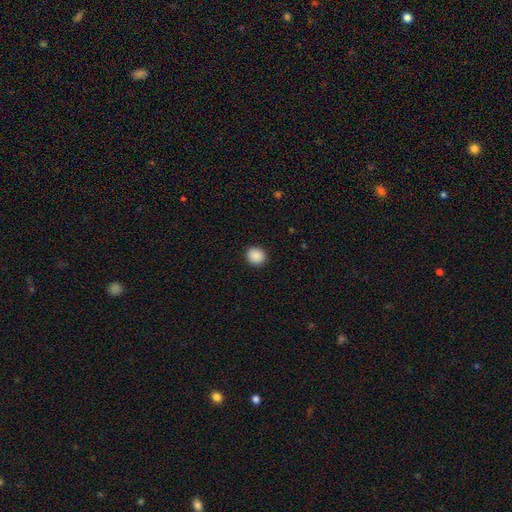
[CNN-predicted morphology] A smooth galaxy with no disk features (89%) that is round (84%). Merging: none (91%).